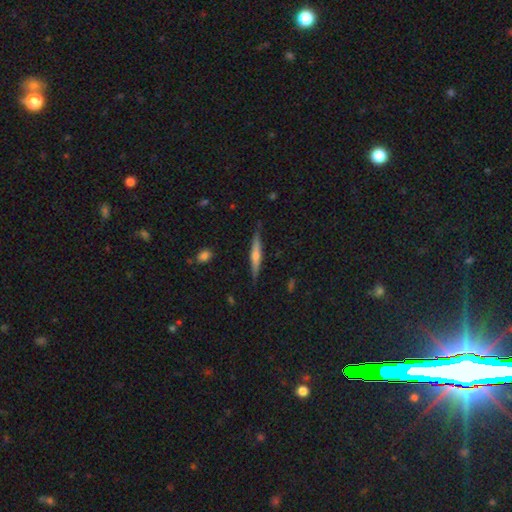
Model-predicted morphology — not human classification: Overall: featured or disk (58%; smooth 36%). Edge-on disk: yes (96%). Edge-on bulge: rounded (74%). Merging: none (84%).